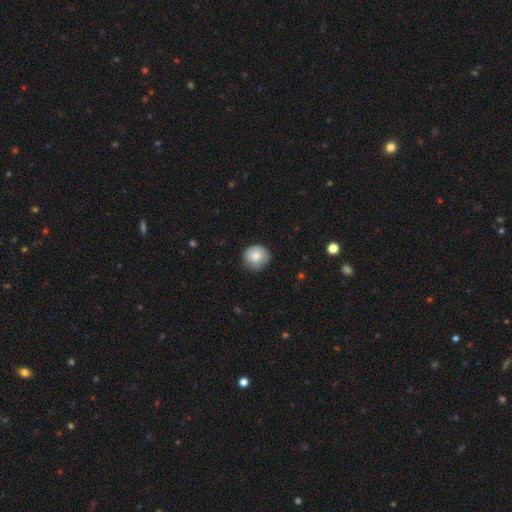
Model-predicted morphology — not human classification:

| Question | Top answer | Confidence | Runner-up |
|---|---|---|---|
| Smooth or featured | smooth | 79% | featured or disk (14%) |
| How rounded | round | 89% | in between (10%) |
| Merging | none | 76% | minor disturbance (19%) |